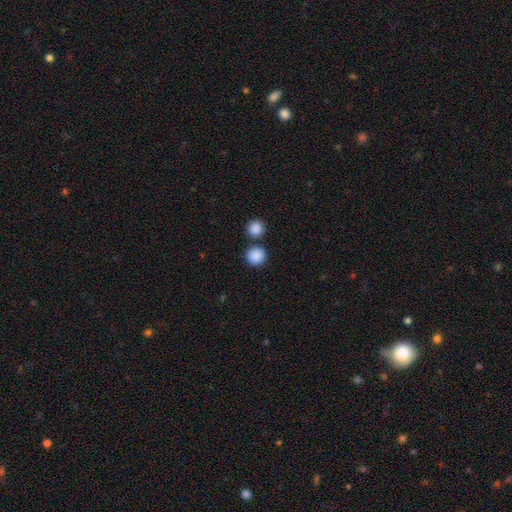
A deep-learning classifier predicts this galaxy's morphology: smooth_or_featured: smooth (p=0.88) [alt: star or artifact p=0.08]
how_rounded: round (p=0.92) [alt: in between p=0.07]
merging: none (p=0.76) [alt: merger p=0.13]